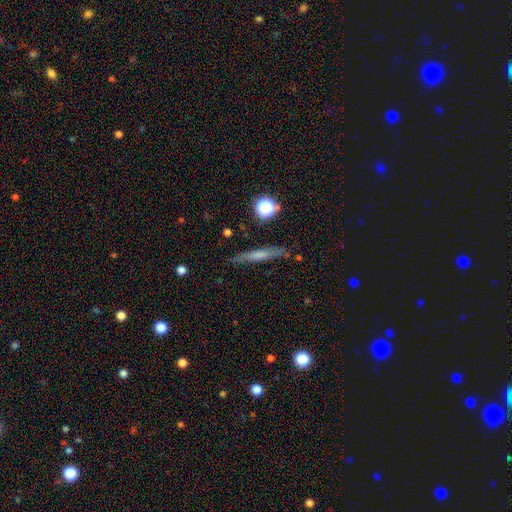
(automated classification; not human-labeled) featured or disk 48%, smooth 40%, star or artifact 12%. Down the decision tree: merging — none (84%).